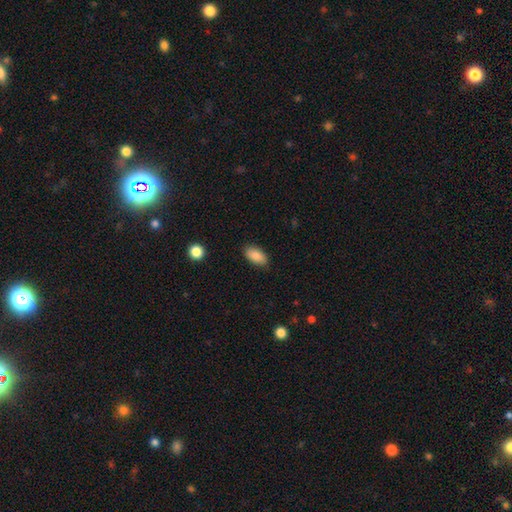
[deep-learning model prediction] smooth_or_featured: smooth (p=0.86) [alt: star or artifact p=0.07]
how_rounded: in between (p=0.93) [alt: round p=0.04]
merging: none (p=0.85) [alt: minor disturbance p=0.11]